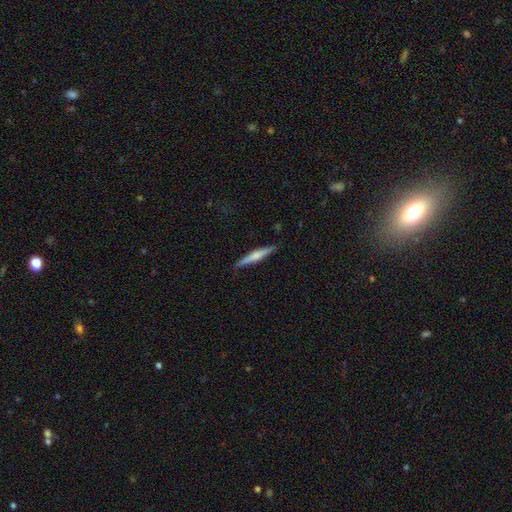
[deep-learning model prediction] A smooth galaxy with no disk features (52%) that is cigar-shaped (93%). Merging: none (87%).